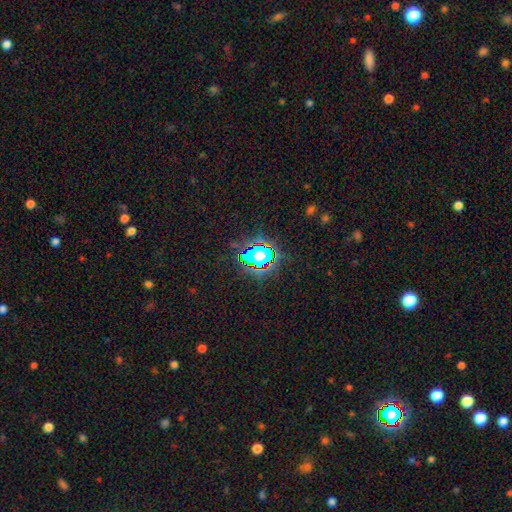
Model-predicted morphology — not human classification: Smooth or featured? Predicted: star or artifact (p=0.59).